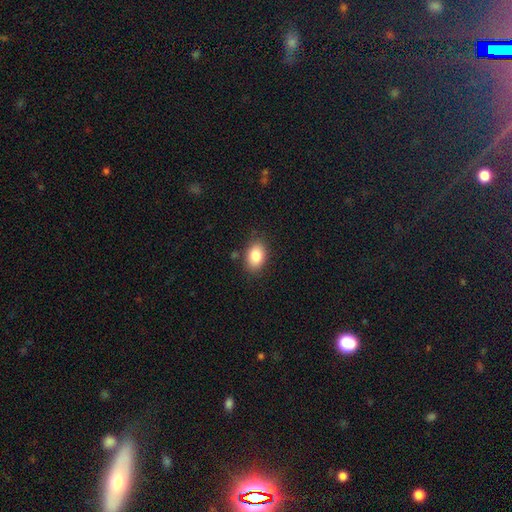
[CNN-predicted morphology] This appears to be a smooth galaxy with no disk features (85%) that is in between round and cigar-shaped (84%). Merging: none (84%).